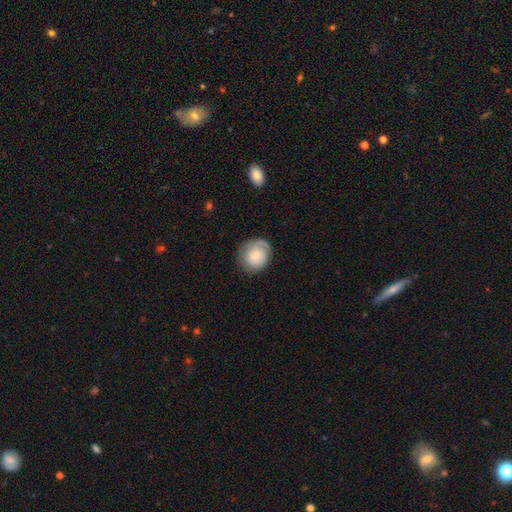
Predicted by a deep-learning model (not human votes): smooth 52%, featured or disk 41%, star or artifact 7%. Down the decision tree: how rounded — round (79%); merging — none (76%).